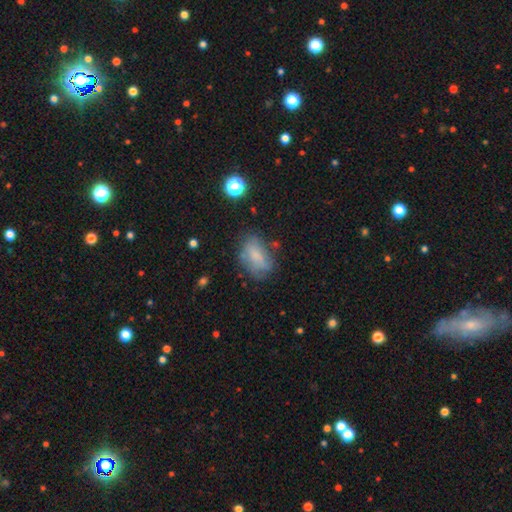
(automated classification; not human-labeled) Morphology: type=smooth (63%); roundness=in between (86%); merging=none (56%).